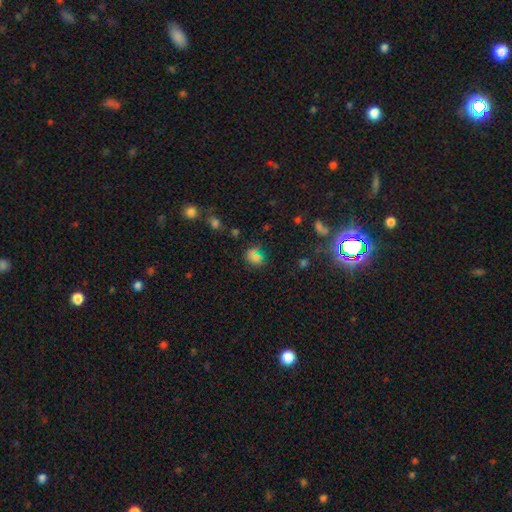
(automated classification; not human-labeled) Smooth or featured: smooth — 54% (star or artifact — 38%)
How rounded: round — 73% (in between — 25%)
Merging: none — 75% (minor disturbance — 14%)